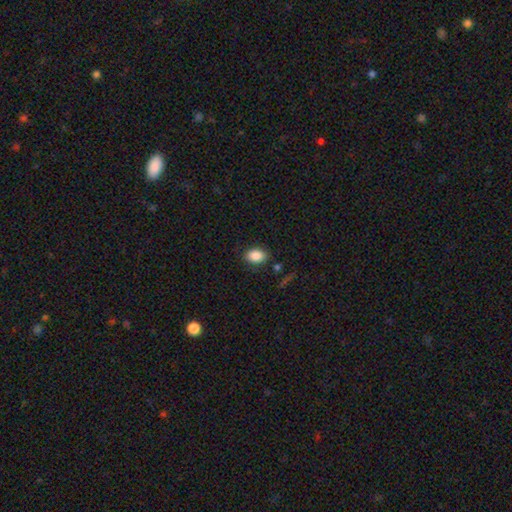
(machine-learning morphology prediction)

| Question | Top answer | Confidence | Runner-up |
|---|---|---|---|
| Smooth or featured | smooth | 87% | star or artifact (8%) |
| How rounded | in between | 83% | round (16%) |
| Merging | none | 84% | minor disturbance (11%) |